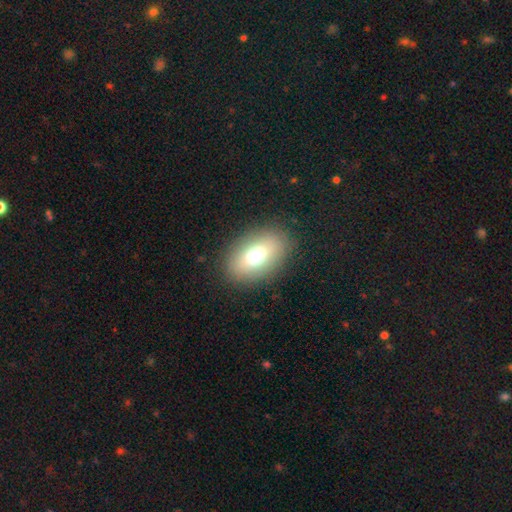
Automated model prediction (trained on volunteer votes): Morphology: type=smooth (72%); roundness=in between (86%); merging=none (85%).